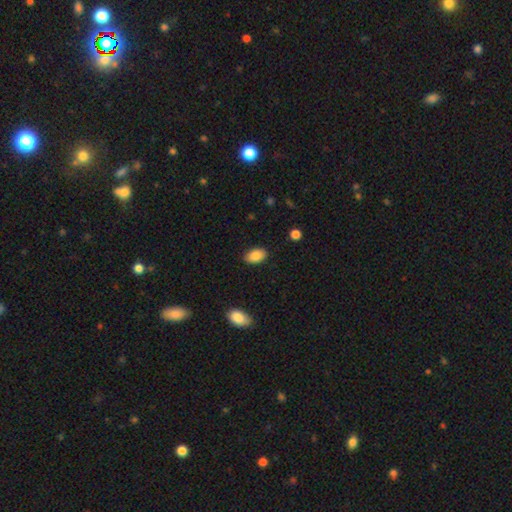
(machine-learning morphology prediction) Smooth or featured? Predicted: smooth (p=0.87). How rounded? Predicted: in between (p=0.91). Merging? Predicted: none (p=0.86).